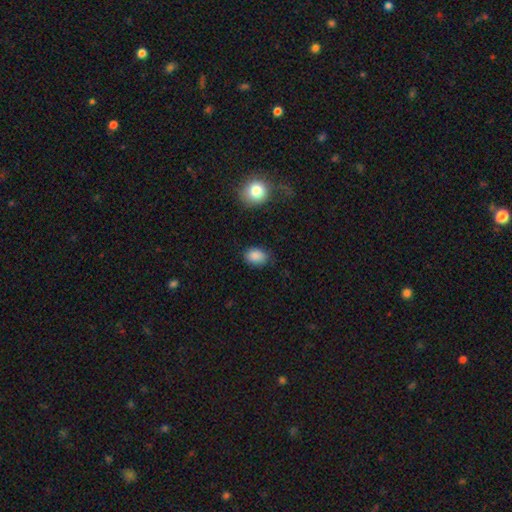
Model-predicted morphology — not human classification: A smooth galaxy with no disk features (86%) that is in between round and cigar-shaped (77%).

Vote fractions:
- Smooth or featured? smooth: 86% / star or artifact: 9% / featured or disk: 5%
- How rounded? in between: 77% / round: 22% / cigar-shaped: 1%
- Merging? none: 80% / minor disturbance: 15% / major disturbance: 3% / merger: 2%